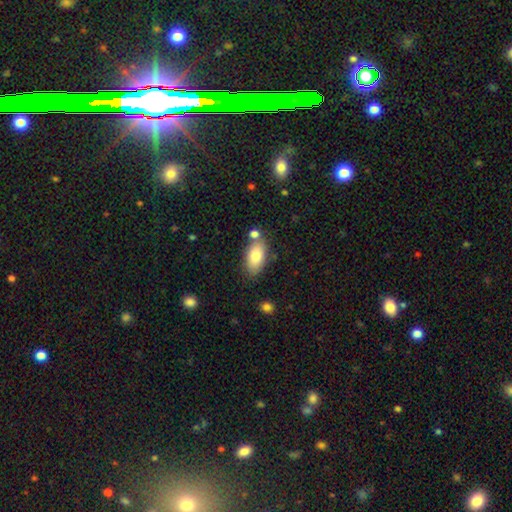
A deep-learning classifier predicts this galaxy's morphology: A smooth galaxy with no disk features (80%) that is in between round and cigar-shaped (92%).

Vote fractions:
- Smooth or featured? smooth: 80% / featured or disk: 13% / star or artifact: 7%
- How rounded? in between: 92% / round: 4% / cigar-shaped: 4%
- Merging? none: 71% / minor disturbance: 14% / merger: 12% / major disturbance: 3%